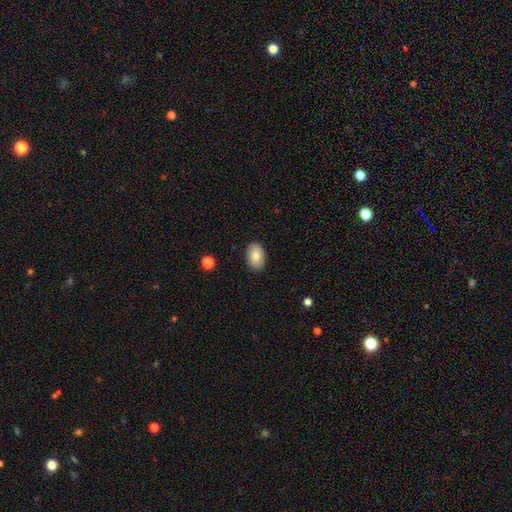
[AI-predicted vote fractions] Overall: smooth (85%). How rounded: in between (86%). Merging: none (87%).